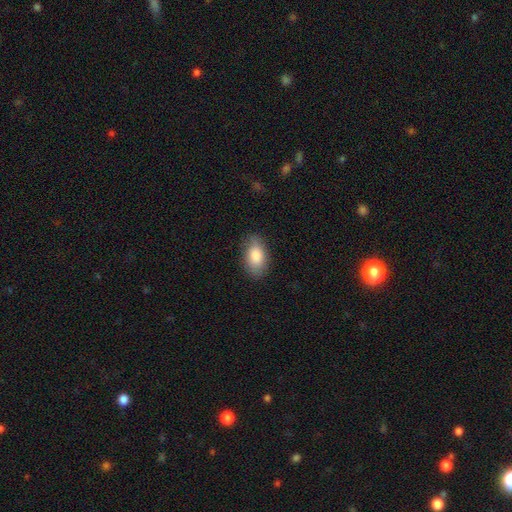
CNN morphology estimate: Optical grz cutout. It shows a smooth galaxy with no disk features (84%) that is in between round and cigar-shaped (92%). Merging: none (81%).